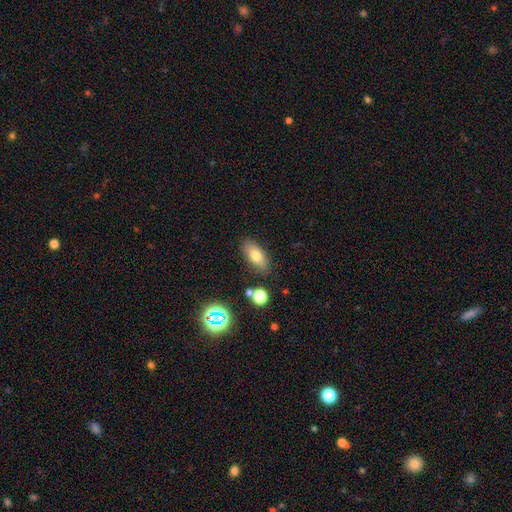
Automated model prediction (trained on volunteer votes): The model was most divided on "smooth or featured": smooth: 75%, featured or disk: 15%, star or artifact: 10%. More confident: how rounded — in between (85%); merging — none (83%).